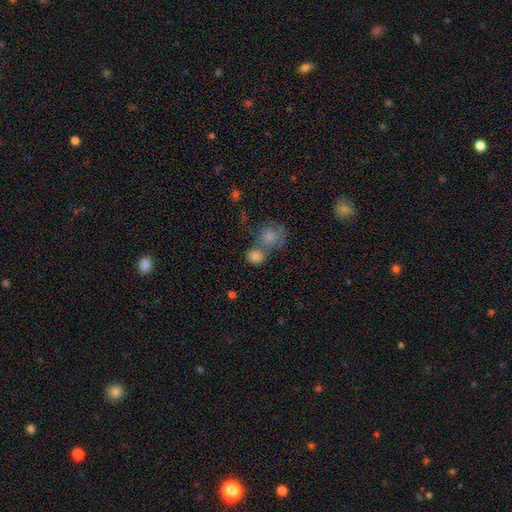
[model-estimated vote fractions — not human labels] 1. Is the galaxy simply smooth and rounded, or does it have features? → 80% smooth, 11% featured or disk, 10% star or artifact.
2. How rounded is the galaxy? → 74% round, 25% in between, 1% cigar-shaped.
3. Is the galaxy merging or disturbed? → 47% merger, 37% none, 10% minor disturbance, 6% major disturbance.